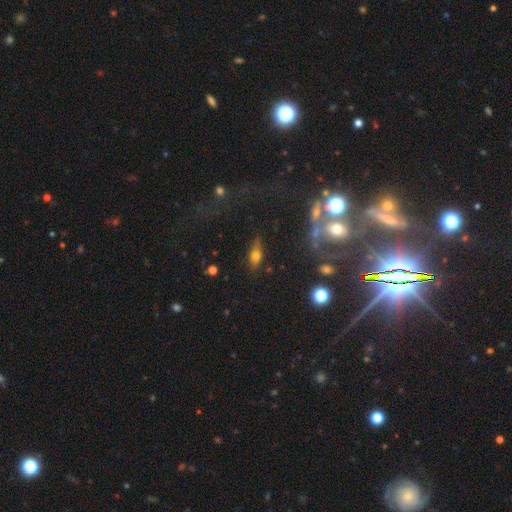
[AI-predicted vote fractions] smooth 55%, featured or disk 29%, star or artifact 16%. Down the decision tree: how rounded — in between (68%); merging — none (73%).